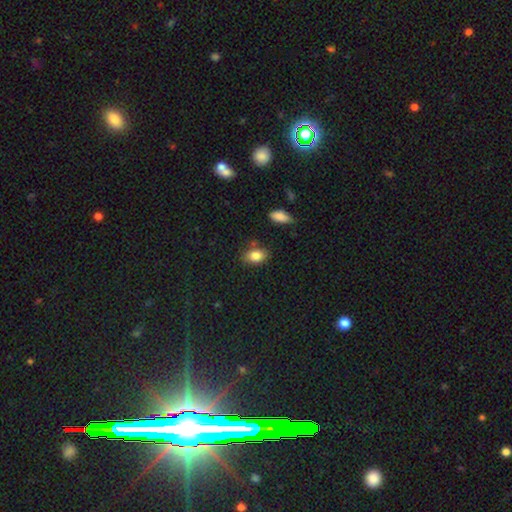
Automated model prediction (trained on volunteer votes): A smooth galaxy with no disk features (84%) that is in between round and cigar-shaped (81%).

Vote fractions:
- Smooth or featured? smooth: 84% / star or artifact: 9% / featured or disk: 7%
- How rounded? in between: 81% / round: 17% / cigar-shaped: 2%
- Merging? none: 74% / minor disturbance: 17% / merger: 6% / major disturbance: 4%